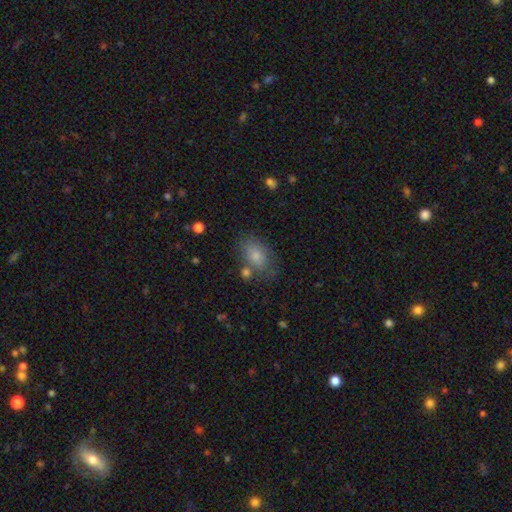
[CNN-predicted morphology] Q: Smooth or featured?
A: smooth (75%); runner-up: star or artifact (13%)
Q: How rounded?
A: in between (83%); runner-up: round (14%)
Q: Merging?
A: none (71%); runner-up: minor disturbance (16%)